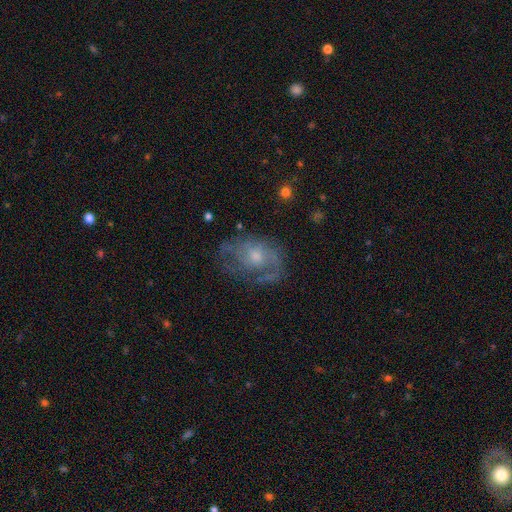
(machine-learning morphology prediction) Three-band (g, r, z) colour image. It shows a featured or disk galaxy (67%) with no bar (79%), spiral arms (72%) and a moderate central bulge (50%). Merging: none (60%).